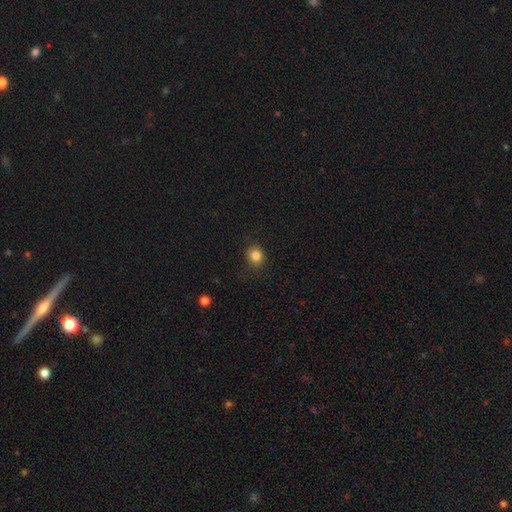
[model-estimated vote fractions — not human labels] A smooth galaxy with no disk features (83%) that is round (78%).

Vote fractions:
- Smooth or featured? smooth: 83% / star or artifact: 11% / featured or disk: 5%
- How rounded? round: 78% / in between: 21% / cigar-shaped: 1%
- Merging? none: 85% / minor disturbance: 11% / major disturbance: 3% / merger: 1%